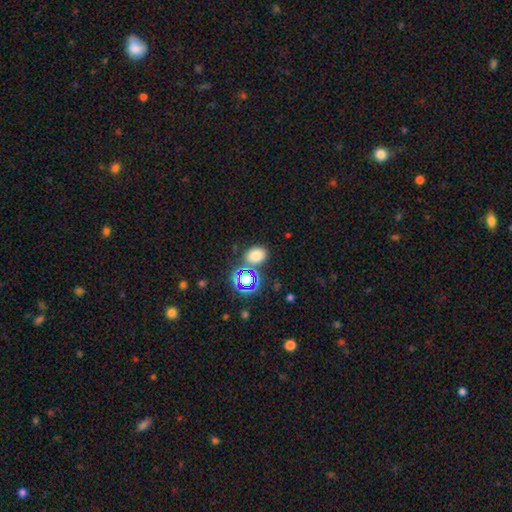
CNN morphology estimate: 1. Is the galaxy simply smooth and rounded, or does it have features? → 72% smooth, 22% star or artifact, 7% featured or disk.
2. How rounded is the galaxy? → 61% in between, 38% round, 1% cigar-shaped.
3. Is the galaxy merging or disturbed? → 72% none, 12% merger, 12% minor disturbance, 4% major disturbance.